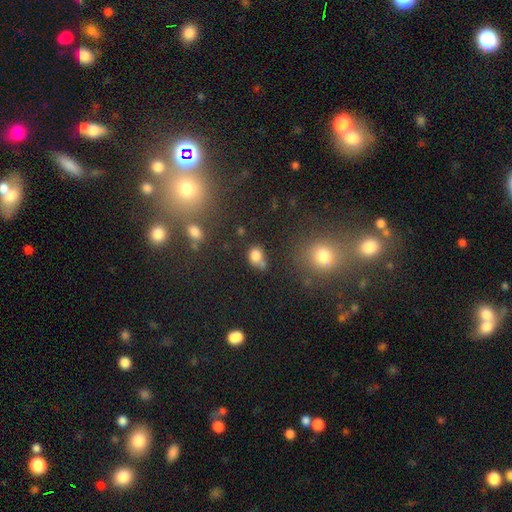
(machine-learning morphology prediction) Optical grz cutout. It shows a smooth galaxy with no disk features (77%) that is round (52%). Merging: none (51%).